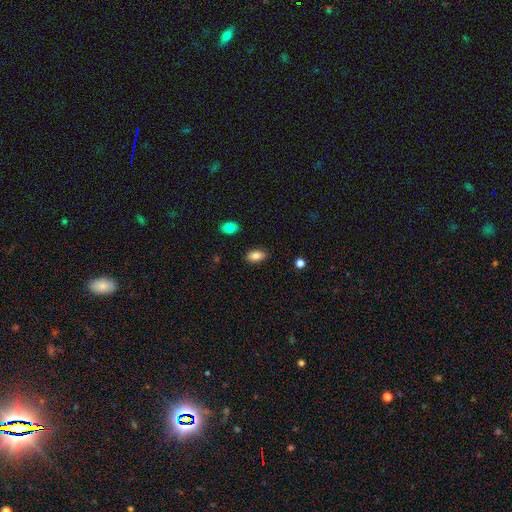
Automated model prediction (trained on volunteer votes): Smooth or featured? Predicted: smooth (p=0.85). How rounded? Predicted: in between (p=0.91). Merging? Predicted: none (p=0.86).